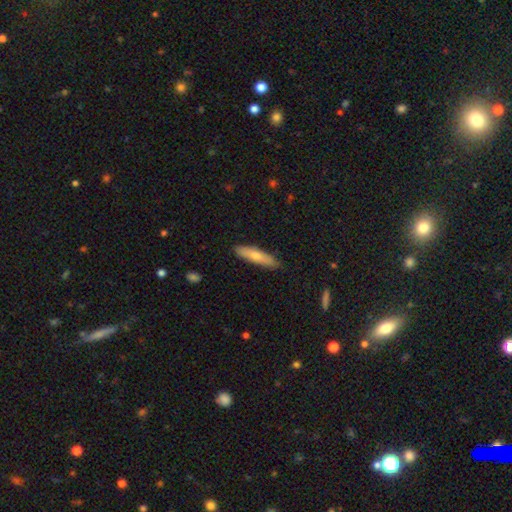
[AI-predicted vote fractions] smooth_or_featured: smooth (p=0.69) [alt: featured or disk p=0.25]
how_rounded: cigar-shaped (p=0.76) [alt: in between p=0.22]
merging: none (p=0.85) [alt: minor disturbance p=0.12]